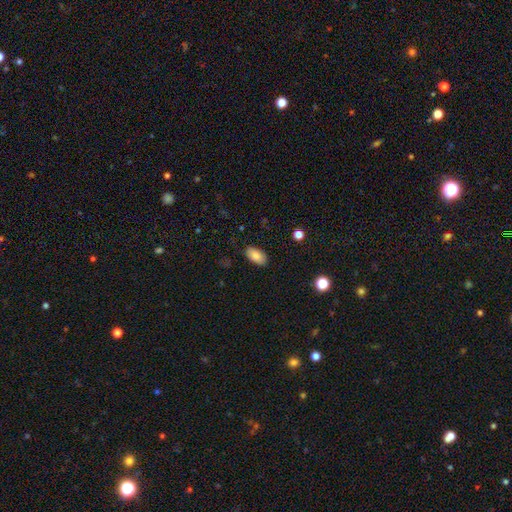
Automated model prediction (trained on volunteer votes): Smooth or featured: smooth — 85% (star or artifact — 8%)
How rounded: in between — 94% (round — 4%)
Merging: none — 86% (minor disturbance — 11%)